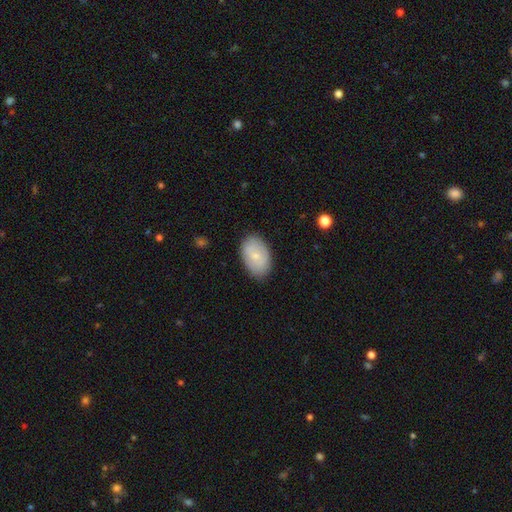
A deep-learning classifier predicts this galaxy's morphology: smooth_or_featured: smooth (p=0.71) [alt: featured or disk p=0.23]
how_rounded: in between (p=0.90) [alt: round p=0.08]
merging: none (p=0.84) [alt: minor disturbance p=0.13]